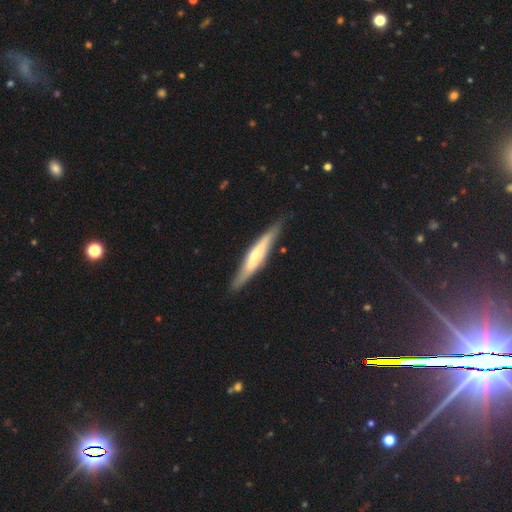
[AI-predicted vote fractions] A featured or disk galaxy (56%) viewed edge-on (90%) with a rounded central bulge (63%).

Vote fractions:
- Smooth or featured? featured or disk: 56% / smooth: 39% / star or artifact: 5%
- Edge-on disk? yes: 90% / no: 10%
- Edge-on bulge? rounded: 63% / none: 24% / boxy: 13%
- Merging? none: 82% / minor disturbance: 14% / major disturbance: 3% / merger: 2%